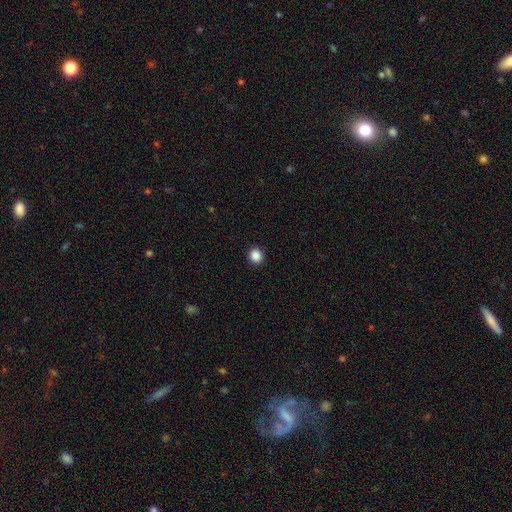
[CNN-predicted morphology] smooth 86%, star or artifact 11%, featured or disk 3%. Down the decision tree: how rounded — round (92%); merging — none (93%).